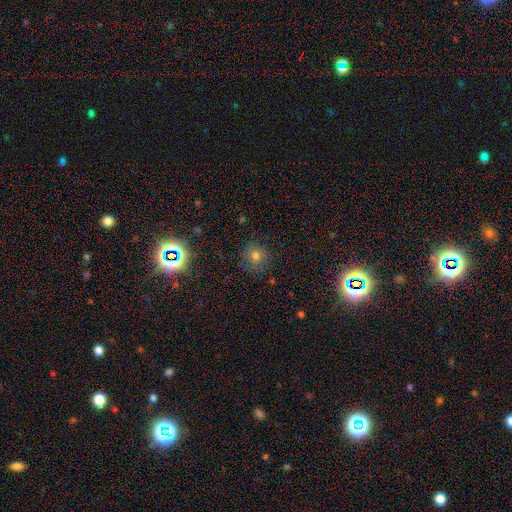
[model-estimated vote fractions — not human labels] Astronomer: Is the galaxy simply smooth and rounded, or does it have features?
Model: smooth — 61%.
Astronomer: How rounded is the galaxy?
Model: round — 89%.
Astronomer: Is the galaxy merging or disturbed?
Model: none — 84%.